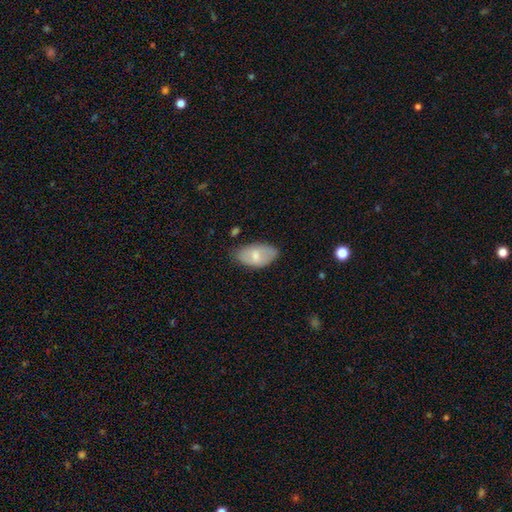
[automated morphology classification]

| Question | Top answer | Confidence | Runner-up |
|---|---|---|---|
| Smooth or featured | smooth | 66% | featured or disk (28%) |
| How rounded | in between | 94% | round (4%) |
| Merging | none | 69% | minor disturbance (24%) |